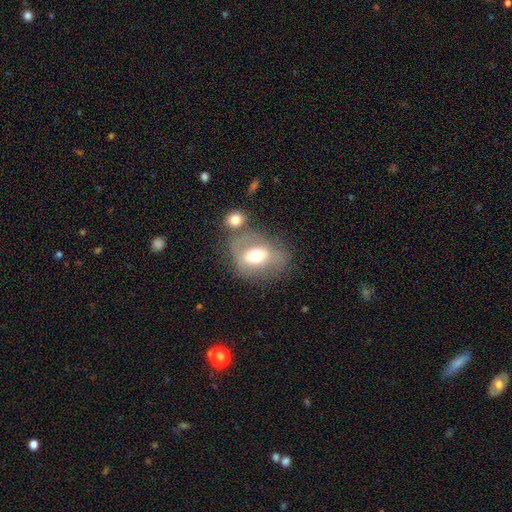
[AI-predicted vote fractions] A smooth galaxy with no disk features (50%) that is in between round and cigar-shaped (68%).

Vote fractions:
- Smooth or featured? smooth: 50% / featured or disk: 41% / star or artifact: 9%
- How rounded? in between: 68% / round: 30% / cigar-shaped: 2%
- Merging? none: 40% / merger: 24% / minor disturbance: 20% / major disturbance: 15%